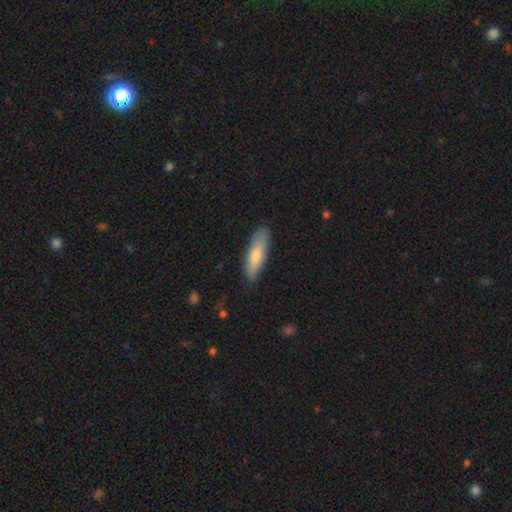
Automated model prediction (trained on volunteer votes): Q: Smooth or featured?
A: smooth (75%); runner-up: featured or disk (19%)
Q: How rounded?
A: cigar-shaped (57%); runner-up: in between (41%)
Q: Merging?
A: none (84%); runner-up: minor disturbance (13%)